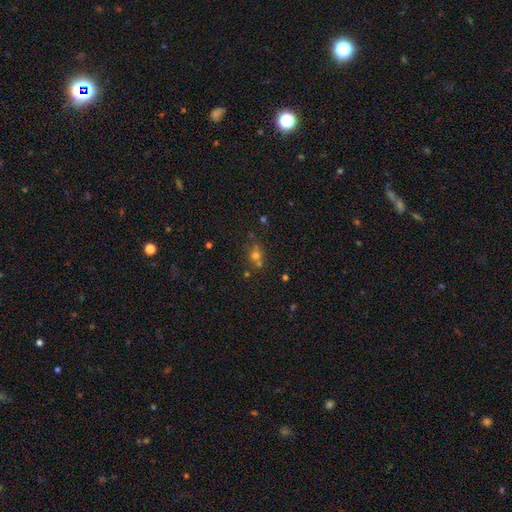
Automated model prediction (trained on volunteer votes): Q: Smooth or featured?
A: smooth (61%); runner-up: star or artifact (26%)
Q: How rounded?
A: round (77%); runner-up: in between (22%)
Q: Merging?
A: none (57%); runner-up: merger (27%)